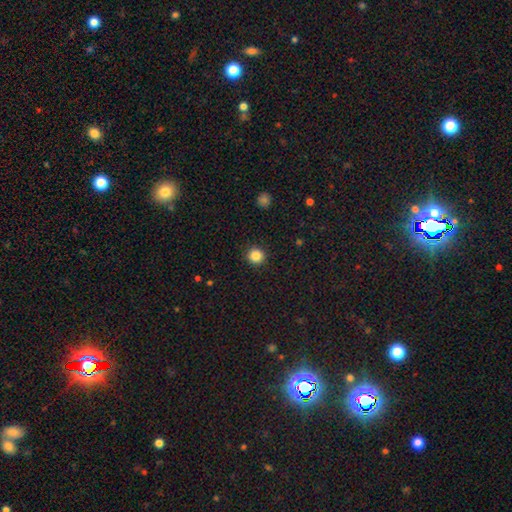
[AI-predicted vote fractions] smooth_or_featured: smooth (p=0.85) [alt: star or artifact p=0.11]
how_rounded: round (p=0.95) [alt: in between p=0.04]
merging: none (p=0.92) [alt: minor disturbance p=0.05]